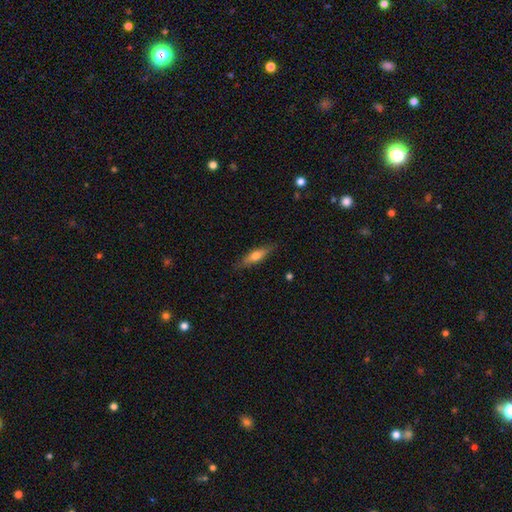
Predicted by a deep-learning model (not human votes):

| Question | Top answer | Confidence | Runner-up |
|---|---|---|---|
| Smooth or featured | smooth | 52% | featured or disk (42%) |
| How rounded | cigar-shaped | 68% | in between (30%) |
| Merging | none | 86% | minor disturbance (11%) |